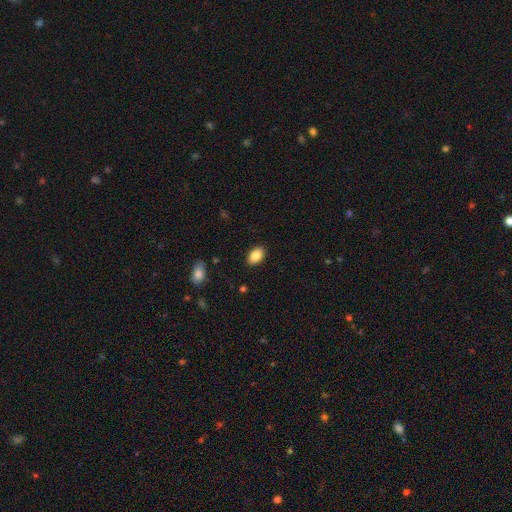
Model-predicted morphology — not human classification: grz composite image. It shows a smooth galaxy with no disk features (87%) that is in between round and cigar-shaped (90%). Merging: none (88%).